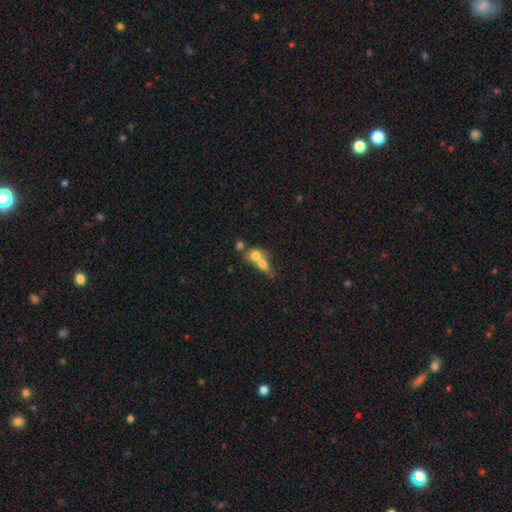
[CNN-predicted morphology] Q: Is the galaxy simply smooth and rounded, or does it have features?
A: smooth — 66%.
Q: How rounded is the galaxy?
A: round — 51%.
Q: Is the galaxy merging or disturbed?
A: merger — 72%.